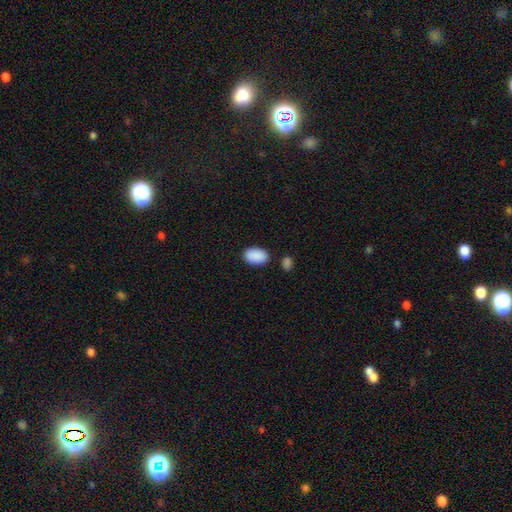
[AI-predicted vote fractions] A smooth galaxy with no disk features (91%) that is in between round and cigar-shaped (90%). Merging: none (82%).